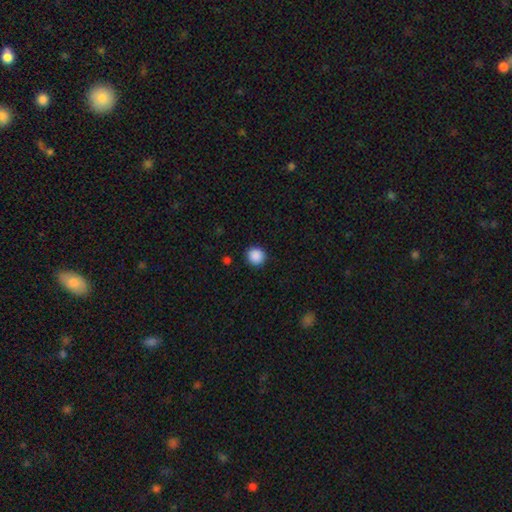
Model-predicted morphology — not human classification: A smooth galaxy with no disk features (89%) that is round (91%). Merging: none (91%).